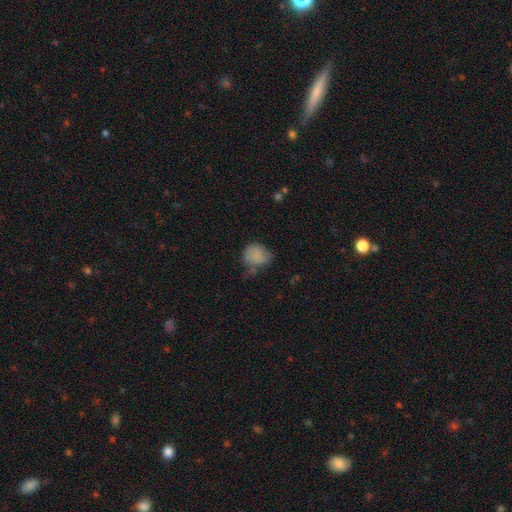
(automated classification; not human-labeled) Morphology: type=smooth (79%); roundness=round (68%); merging=none (45%).